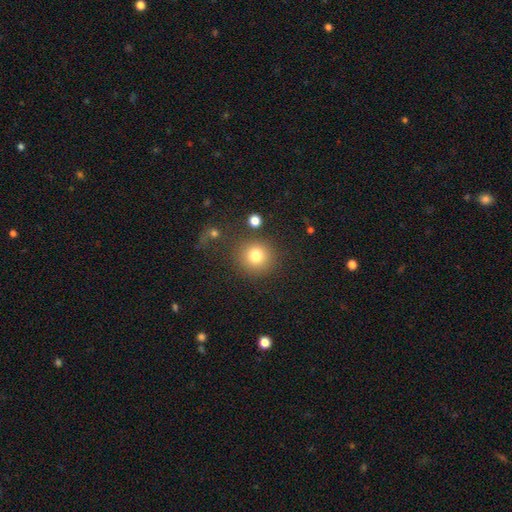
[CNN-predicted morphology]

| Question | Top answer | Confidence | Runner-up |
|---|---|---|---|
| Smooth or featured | smooth | 79% | star or artifact (12%) |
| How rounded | round | 92% | in between (7%) |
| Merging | none | 82% | minor disturbance (8%) |